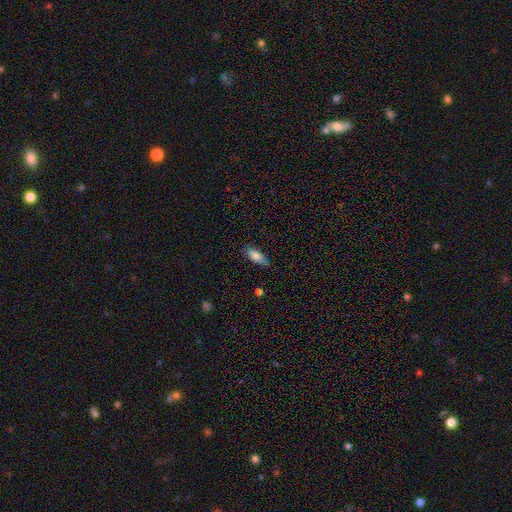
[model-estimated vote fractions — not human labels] The model was most divided on "how rounded": in between: 75%, cigar-shaped: 22%, round: 3%. More confident: smooth or featured — smooth (77%); merging — none (76%).